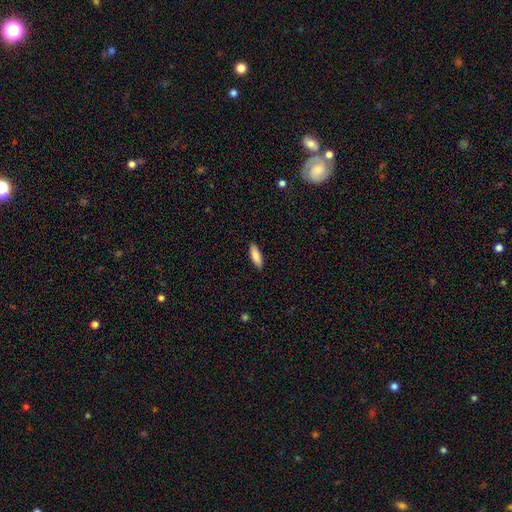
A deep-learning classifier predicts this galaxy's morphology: Smooth or featured? Predicted: smooth (p=0.86). How rounded? Predicted: in between (p=0.53). Merging? Predicted: none (p=0.90).